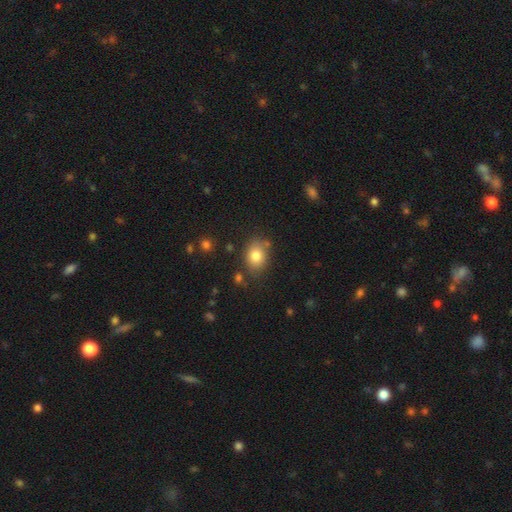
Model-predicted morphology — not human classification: smooth_or_featured: smooth (p=0.81) [alt: star or artifact p=0.10]
how_rounded: in between (p=0.61) [alt: round p=0.38]
merging: none (p=0.76) [alt: minor disturbance p=0.15]